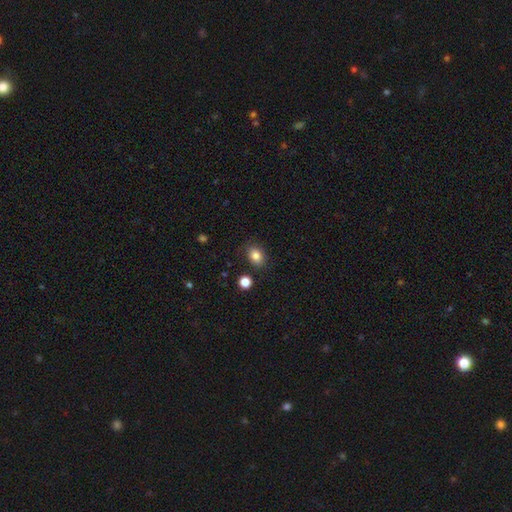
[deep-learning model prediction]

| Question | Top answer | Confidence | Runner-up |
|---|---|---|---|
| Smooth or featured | smooth | 83% | star or artifact (10%) |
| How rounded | in between | 61% | round (38%) |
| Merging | none | 82% | minor disturbance (12%) |